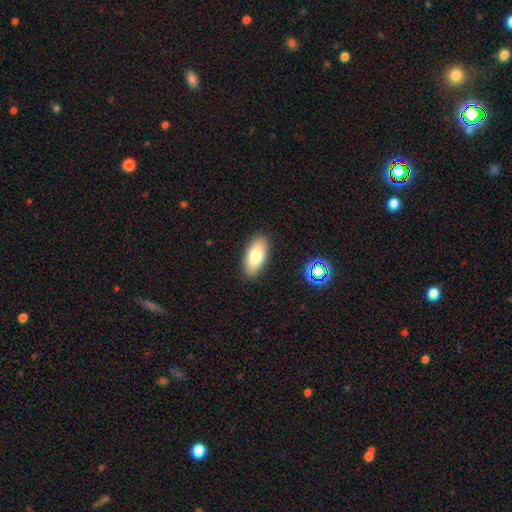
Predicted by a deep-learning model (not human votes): Overall: smooth (76%). How rounded: in between (90%). Merging: none (88%).